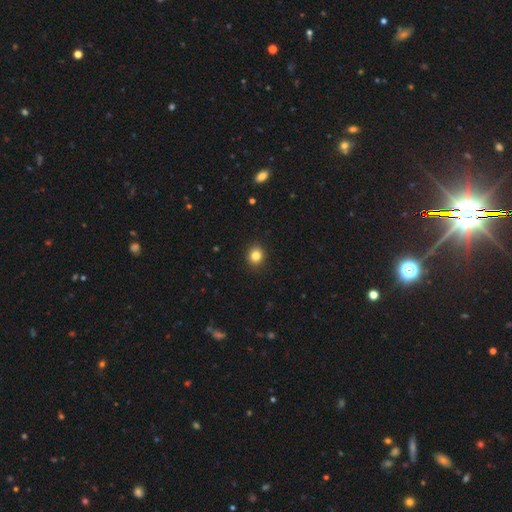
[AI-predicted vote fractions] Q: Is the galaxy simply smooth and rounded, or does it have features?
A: smooth — 83%.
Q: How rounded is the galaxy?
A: round — 79%.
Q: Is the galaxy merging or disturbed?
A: none — 92%.